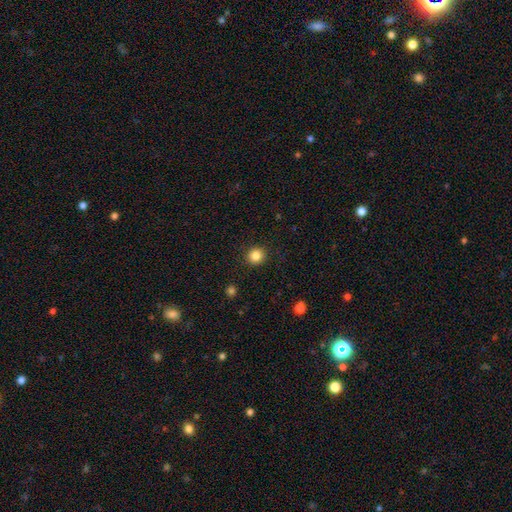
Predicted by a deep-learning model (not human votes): A smooth galaxy with no disk features (85%) that is round (91%).

Vote fractions:
- Smooth or featured? smooth: 85% / star or artifact: 11% / featured or disk: 4%
- How rounded? round: 91% / in between: 8% / cigar-shaped: 1%
- Merging? none: 91% / minor disturbance: 5% / major disturbance: 2% / merger: 1%